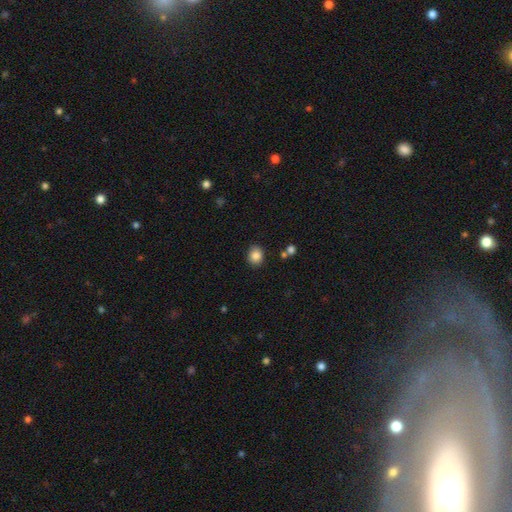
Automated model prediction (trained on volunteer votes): smooth 85%, star or artifact 9%, featured or disk 6%. Down the decision tree: how rounded — round (59%); merging — none (84%).